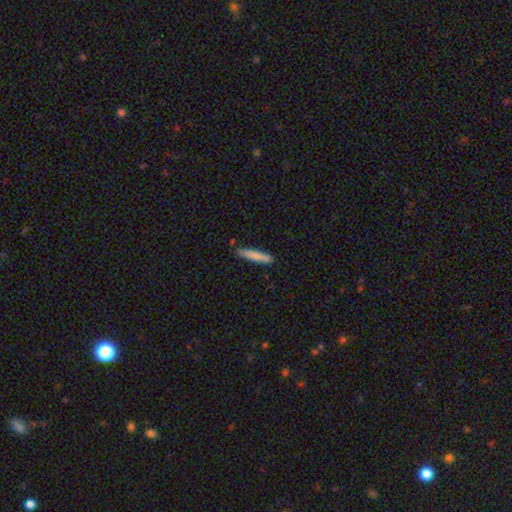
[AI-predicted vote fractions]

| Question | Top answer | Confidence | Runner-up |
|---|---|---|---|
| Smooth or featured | smooth | 82% | featured or disk (12%) |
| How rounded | cigar-shaped | 92% | in between (6%) |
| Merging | none | 85% | minor disturbance (11%) |